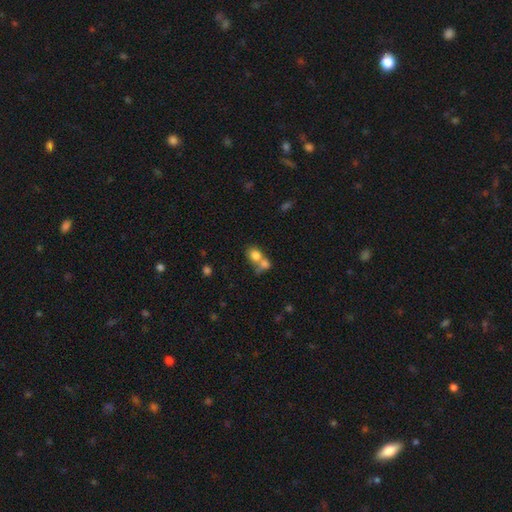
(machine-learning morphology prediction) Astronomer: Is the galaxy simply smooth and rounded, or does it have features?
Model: smooth — 78%.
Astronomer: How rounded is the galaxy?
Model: round — 57% (runner-up: in between, 42%).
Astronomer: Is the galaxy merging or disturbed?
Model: merger — 61%.